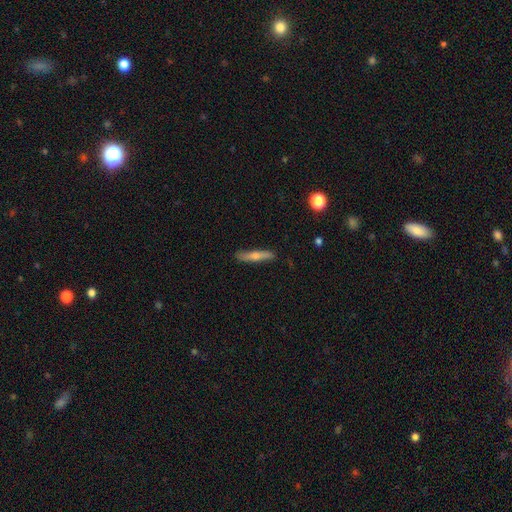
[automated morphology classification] smooth 50%, featured or disk 43%, star or artifact 7%. Down the decision tree: how rounded — cigar-shaped (90%); merging — none (87%).